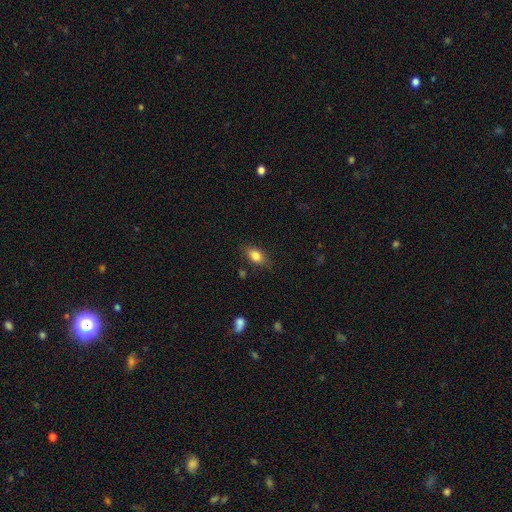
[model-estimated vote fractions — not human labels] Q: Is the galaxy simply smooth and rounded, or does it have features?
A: smooth — 82%.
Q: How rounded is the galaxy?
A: in between — 85%.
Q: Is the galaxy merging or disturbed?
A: none — 81%.